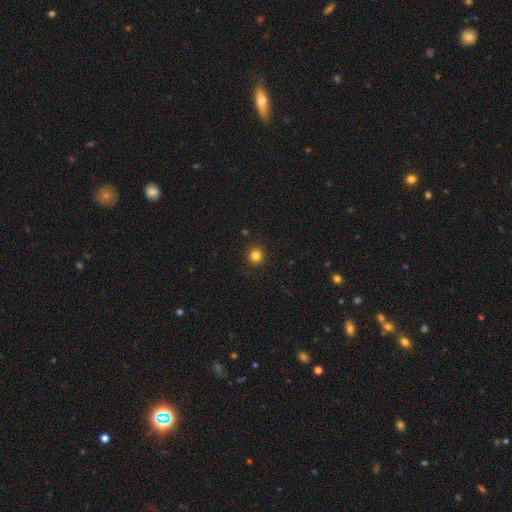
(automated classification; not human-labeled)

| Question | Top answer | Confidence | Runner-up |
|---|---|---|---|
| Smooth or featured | smooth | 82% | star or artifact (13%) |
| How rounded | round | 94% | in between (5%) |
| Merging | none | 92% | minor disturbance (5%) |